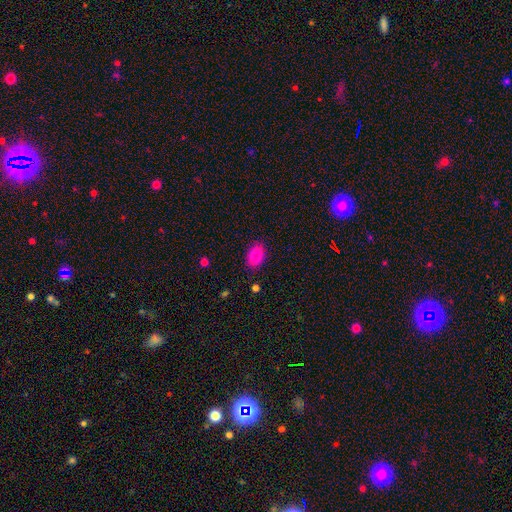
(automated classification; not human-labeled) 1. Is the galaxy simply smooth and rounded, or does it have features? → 84% smooth, 8% star or artifact, 7% featured or disk.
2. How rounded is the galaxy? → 88% in between, 10% round, 2% cigar-shaped.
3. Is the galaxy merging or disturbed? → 87% none, 9% minor disturbance, 2% major disturbance, 1% merger.